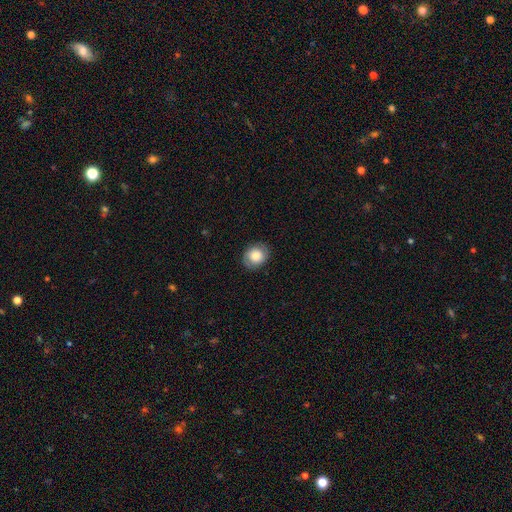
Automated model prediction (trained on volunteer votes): Q: Smooth or featured?
A: smooth (71%); runner-up: featured or disk (21%)
Q: How rounded?
A: round (63%); runner-up: in between (36%)
Q: Merging?
A: none (83%); runner-up: minor disturbance (12%)